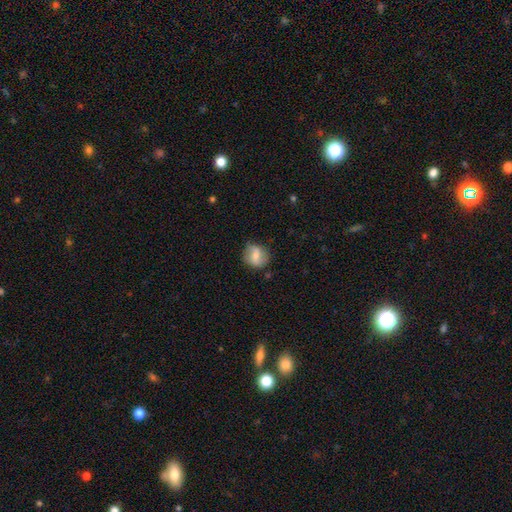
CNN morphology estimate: Q: Smooth or featured?
A: smooth (55%); runner-up: featured or disk (37%)
Q: How rounded?
A: round (72%); runner-up: in between (27%)
Q: Merging?
A: none (71%); runner-up: minor disturbance (21%)